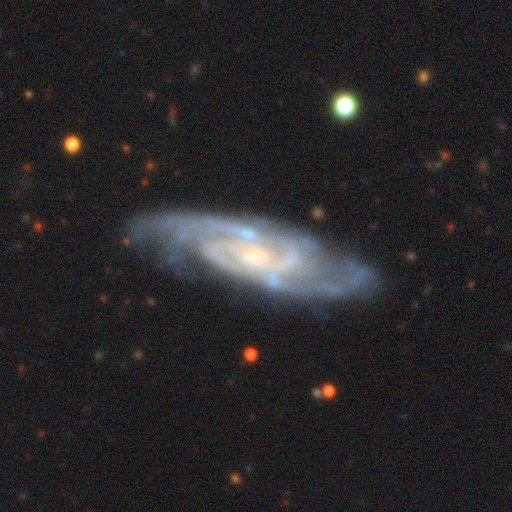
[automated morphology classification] Smooth or featured?
  - featured or disk: 90% *
  - star or artifact: 5%
  - smooth: 5%
Edge-on disk?
  - no: 89% *
  - yes: 11%
Bar?
  - no: 50% *
  - weak: 37%
  - strong: 13%
Spiral arms?
  - yes: 98% *
  - no: 2%
Spiral winding?
  - tight: 55% *
  - medium: 38%
  - loose: 7%
Spiral arm count?
  - 2: 32% *
  - can't tell: 23%
  - 3: 19%
  - 4: 13%
  - more than 4: 7%
  - 1: 7%
Bulge size?
  - small: 74% *
  - moderate: 16%
  - none: 8%
  - large: 1%
  - dominant: 1%
Merging?
  - none: 75% *
  - minor disturbance: 17%
  - major disturbance: 6%
  - merger: 2%